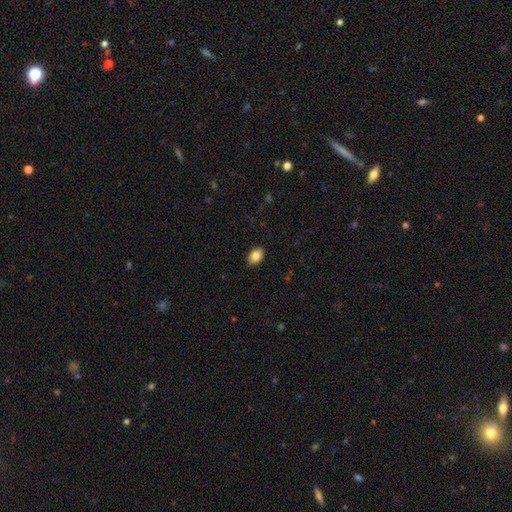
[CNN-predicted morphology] This appears to be a smooth galaxy with no disk features (85%) that is in between round and cigar-shaped (82%). Merging: none (90%).